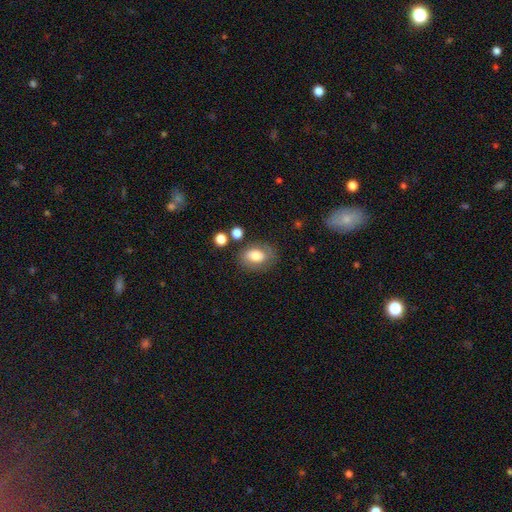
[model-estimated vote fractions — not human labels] Smooth or featured: smooth — 76% (featured or disk — 16%)
How rounded: in between — 77% (round — 21%)
Merging: none — 68% (minor disturbance — 19%)